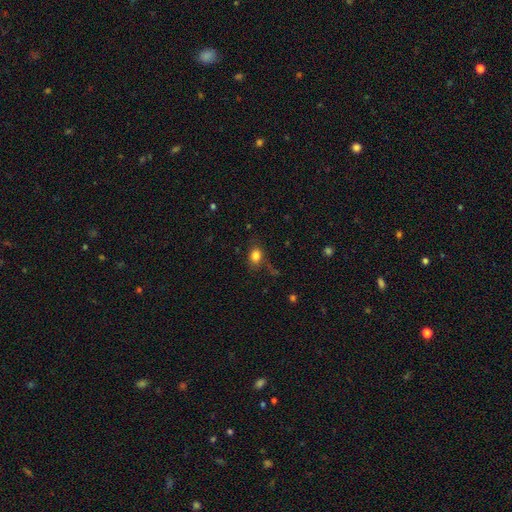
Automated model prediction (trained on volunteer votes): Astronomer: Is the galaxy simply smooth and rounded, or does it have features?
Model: smooth — 82%.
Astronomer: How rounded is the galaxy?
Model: in between — 65%.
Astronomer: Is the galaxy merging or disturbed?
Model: none — 69%.